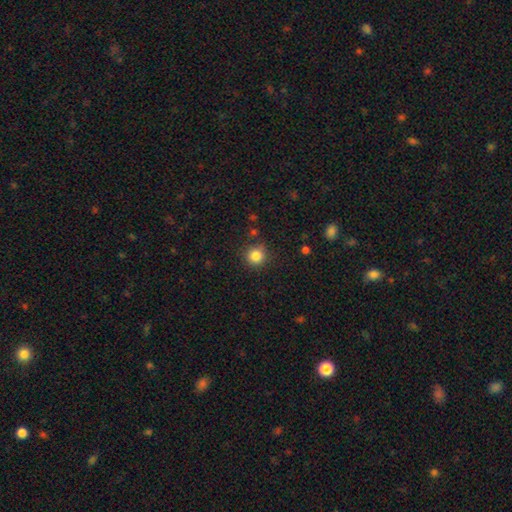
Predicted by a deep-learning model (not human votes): A smooth galaxy with no disk features (84%) that is round (93%). Merging: none (85%).